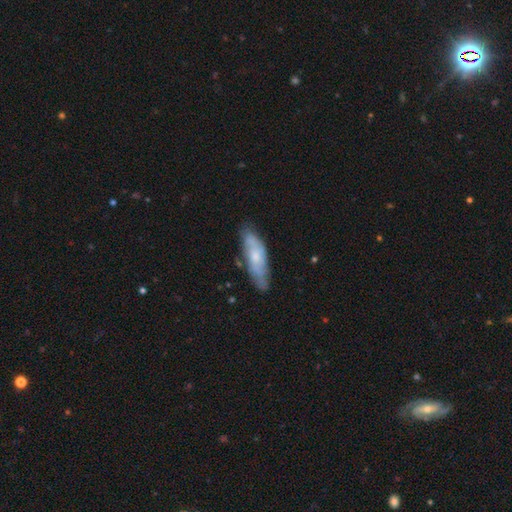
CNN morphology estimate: featured or disk 53%, smooth 41%, star or artifact 6%. Down the decision tree: edge-on disk — no (73%); merging — none (72%).